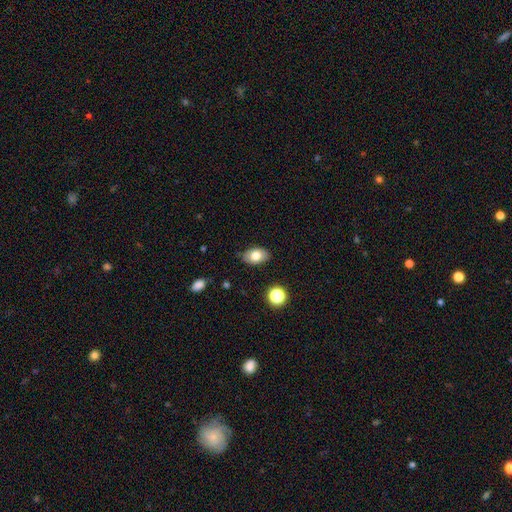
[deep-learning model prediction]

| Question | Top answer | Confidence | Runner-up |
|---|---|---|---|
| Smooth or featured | smooth | 75% | featured or disk (16%) |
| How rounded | in between | 87% | round (12%) |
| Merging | none | 84% | minor disturbance (12%) |